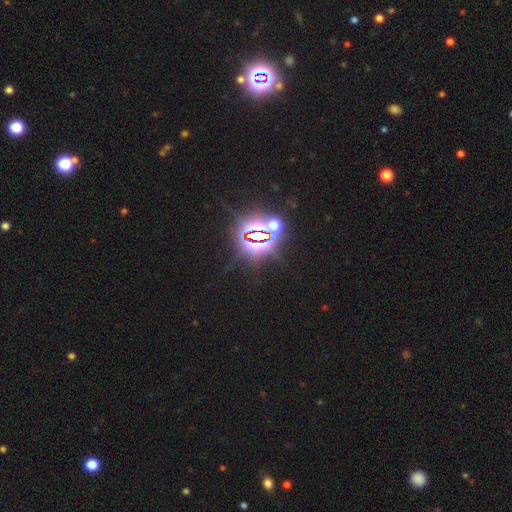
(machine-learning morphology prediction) smooth_or_featured: star or artifact (p=0.84) [alt: smooth p=0.08]